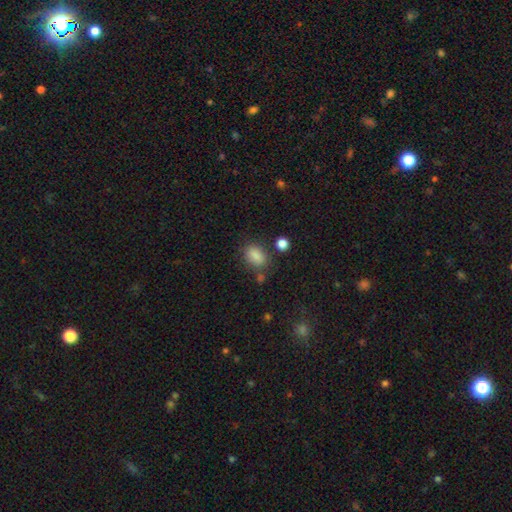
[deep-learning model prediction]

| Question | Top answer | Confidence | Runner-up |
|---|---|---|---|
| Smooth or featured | smooth | 85% | star or artifact (10%) |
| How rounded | in between | 77% | round (22%) |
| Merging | none | 70% | minor disturbance (16%) |